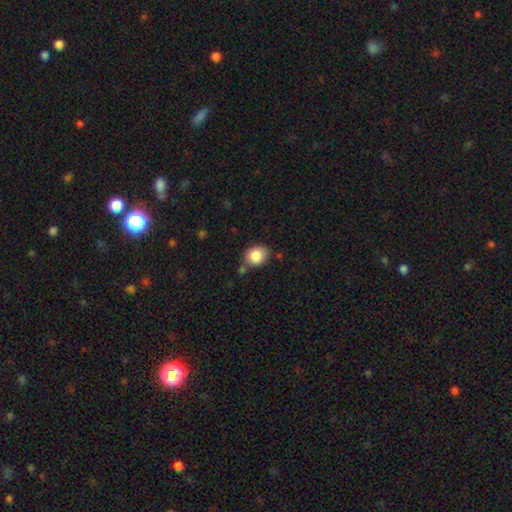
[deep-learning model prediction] Q: Smooth or featured?
A: smooth (86%); runner-up: star or artifact (8%)
Q: How rounded?
A: round (52%); runner-up: in between (47%)
Q: Merging?
A: none (71%); runner-up: minor disturbance (17%)